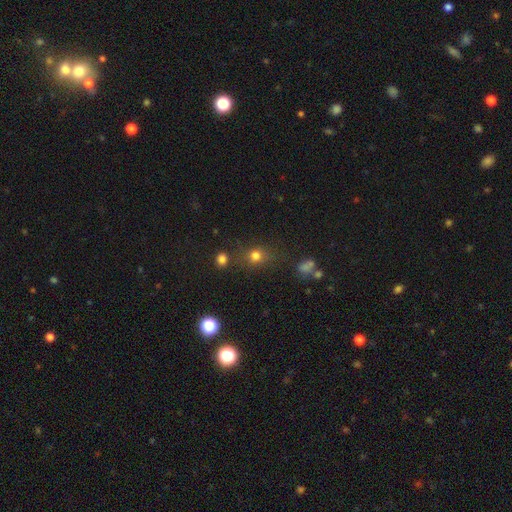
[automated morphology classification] type=smooth (73%); roundness=round (74%); merging=none (71%).